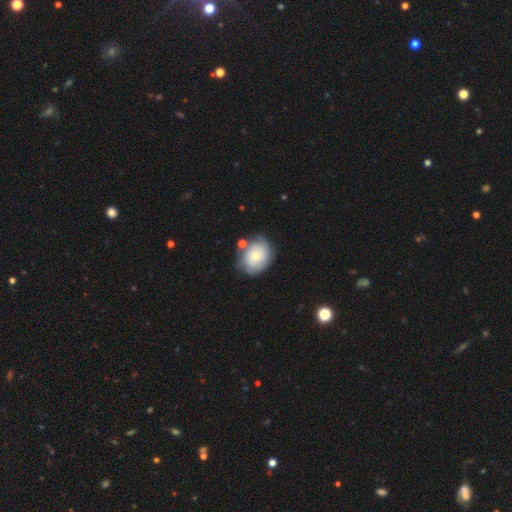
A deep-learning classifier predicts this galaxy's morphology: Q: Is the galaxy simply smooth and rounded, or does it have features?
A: featured or disk — 49%.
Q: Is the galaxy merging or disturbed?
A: none — 68%.